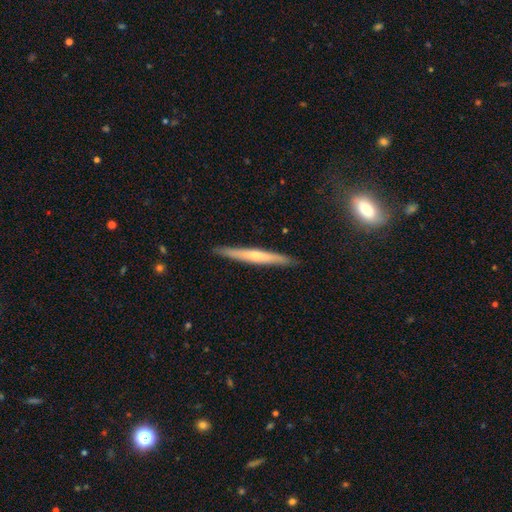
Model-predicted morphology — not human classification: A featured or disk galaxy (55%) viewed edge-on (96%) with a rounded central bulge (54%).

Vote fractions:
- Smooth or featured? featured or disk: 55% / smooth: 39% / star or artifact: 6%
- Edge-on disk? yes: 96% / no: 4%
- Edge-on bulge? rounded: 54% / none: 42% / boxy: 4%
- Merging? none: 90% / minor disturbance: 7% / major disturbance: 1% / merger: 1%